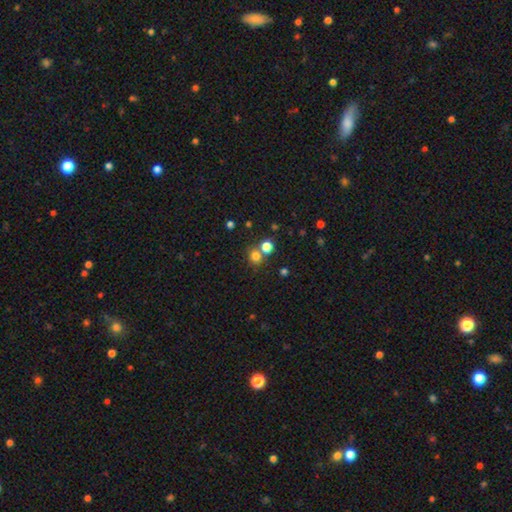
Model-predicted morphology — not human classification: smooth-or-featured: smooth: 76% | star or artifact: 18% | featured or disk: 7%
  how-rounded: round: 82% | in between: 17% | cigar-shaped: 1%
  merging: none: 64% | merger: 25% | minor disturbance: 8% | major disturbance: 3%